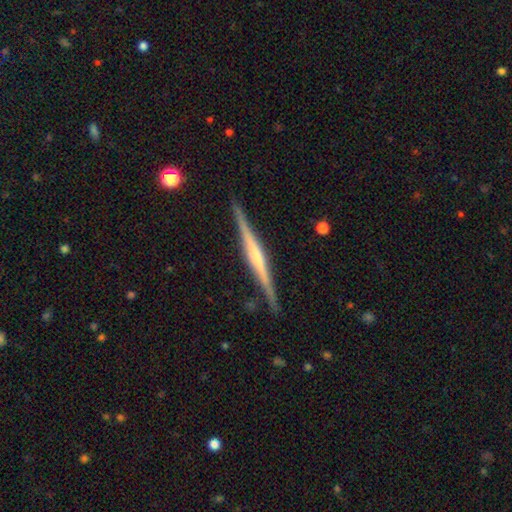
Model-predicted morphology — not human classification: Smooth or featured? featured or disk (78%)
Edge-on disk? yes (98%)
Edge-on bulge? rounded (44%)
Merging? none (89%)